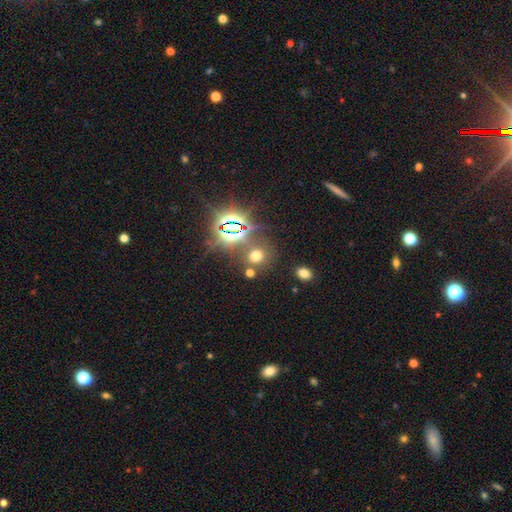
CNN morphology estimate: Smooth or featured?
  - smooth: 51% *
  - star or artifact: 40%
  - featured or disk: 9%
How rounded?
  - round: 80% *
  - in between: 18%
  - cigar-shaped: 1%
Merging?
  - none: 74% *
  - merger: 11%
  - minor disturbance: 10%
  - major disturbance: 5%